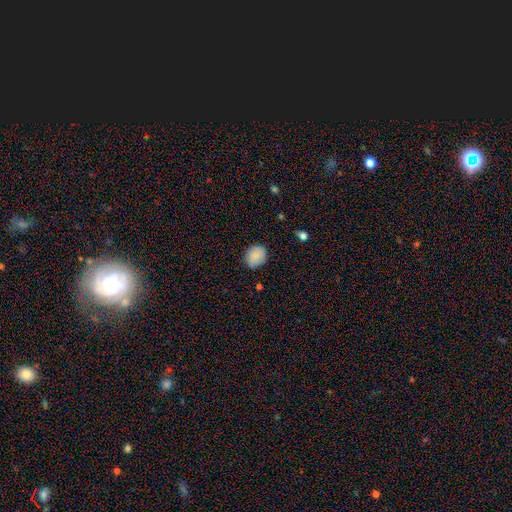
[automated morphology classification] Smooth or featured? smooth (87%)
How rounded? round (58%)
Merging? none (84%)